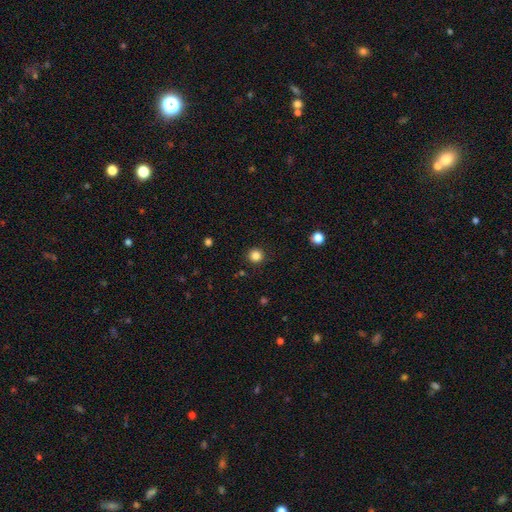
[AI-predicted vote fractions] smooth 84%, star or artifact 12%, featured or disk 4%. Down the decision tree: how rounded — round (95%); merging — none (91%).